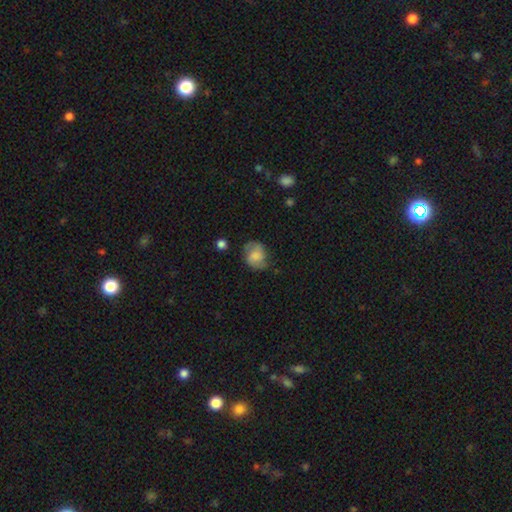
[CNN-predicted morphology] This appears to be a smooth galaxy with no disk features (59%) that is round (56%). Merging: none (57%).